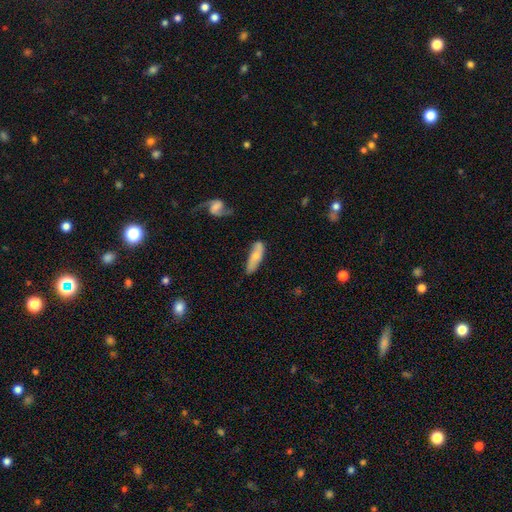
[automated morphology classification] The model was most divided on "how rounded": cigar-shaped: 51%, in between: 47%, round: 2%. More confident: merging — none (62%); smooth or featured — smooth (60%).